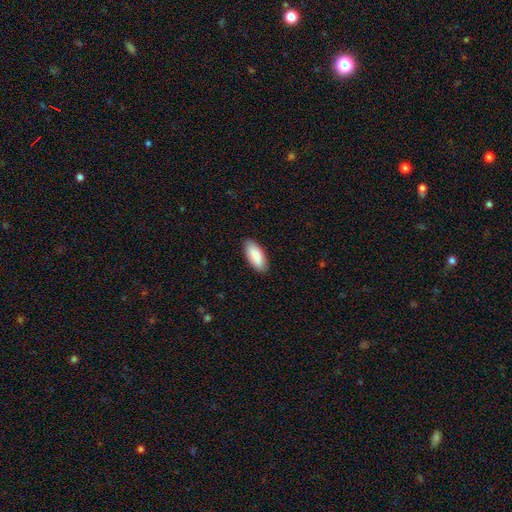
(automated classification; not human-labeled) Smooth or featured? Predicted: smooth (p=0.90). How rounded? Predicted: in between (p=0.89). Merging? Predicted: none (p=0.87).